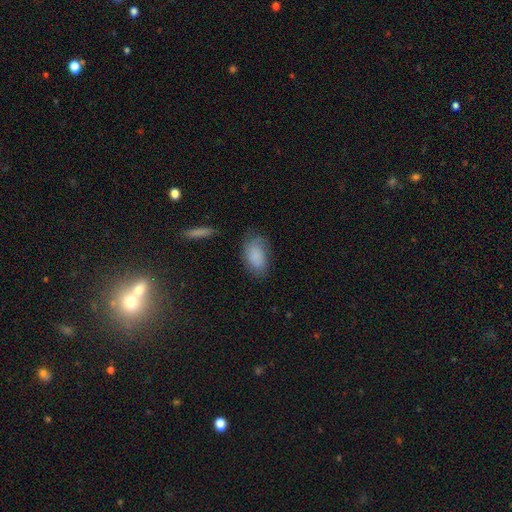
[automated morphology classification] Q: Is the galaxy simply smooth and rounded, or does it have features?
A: smooth — 84%.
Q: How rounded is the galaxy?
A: in between — 92%.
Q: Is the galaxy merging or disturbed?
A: none — 67%.